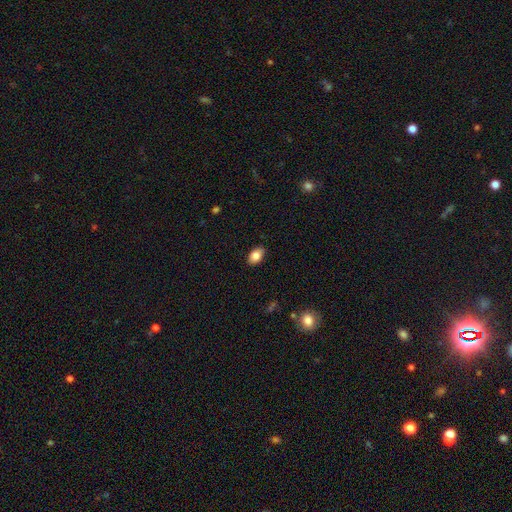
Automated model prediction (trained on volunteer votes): Q: Smooth or featured?
A: smooth (84%); runner-up: featured or disk (8%)
Q: How rounded?
A: in between (89%); runner-up: round (9%)
Q: Merging?
A: none (88%); runner-up: minor disturbance (9%)